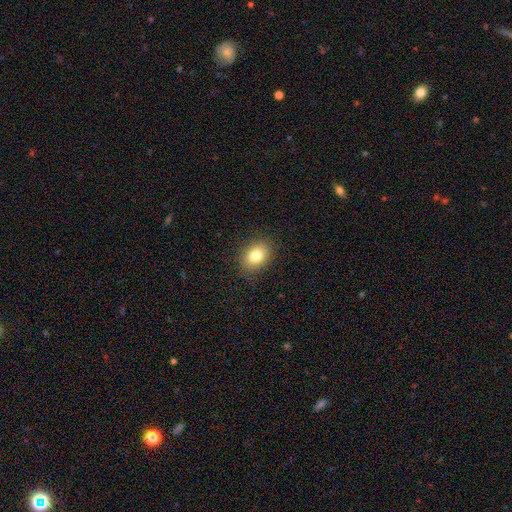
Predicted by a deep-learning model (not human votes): Q: Smooth or featured?
A: smooth (80%); runner-up: star or artifact (10%)
Q: How rounded?
A: in between (65%); runner-up: round (34%)
Q: Merging?
A: none (86%); runner-up: minor disturbance (10%)